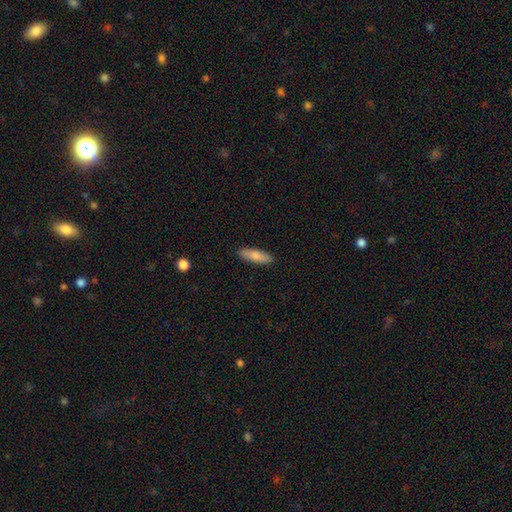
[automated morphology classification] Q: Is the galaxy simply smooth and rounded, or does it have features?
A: smooth — 80%.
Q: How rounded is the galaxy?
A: cigar-shaped — 54%.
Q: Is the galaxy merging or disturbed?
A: none — 90%.